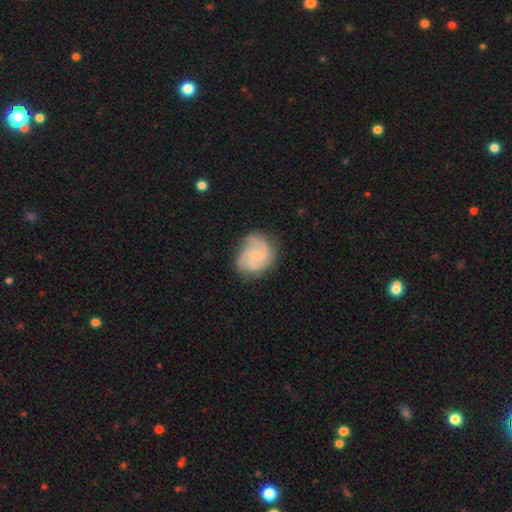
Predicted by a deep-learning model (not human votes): A featured or disk galaxy (79%) with no bar (62%), 3 (55%) medium (48%) spiral arms (97%) and a small central bulge (67%). Merging: none (72%).